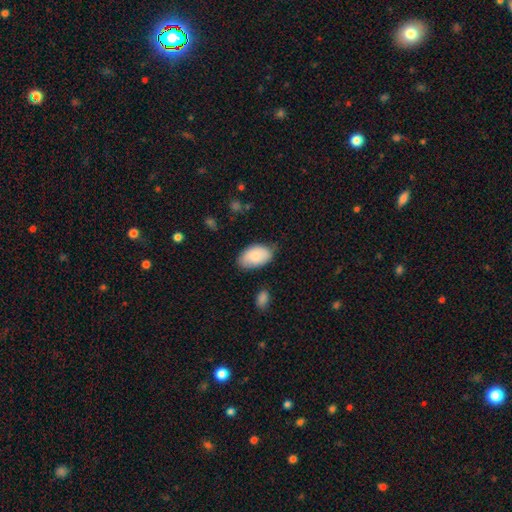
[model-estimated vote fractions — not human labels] Morphology: type=smooth (81%); roundness=in between (94%); merging=none (69%).